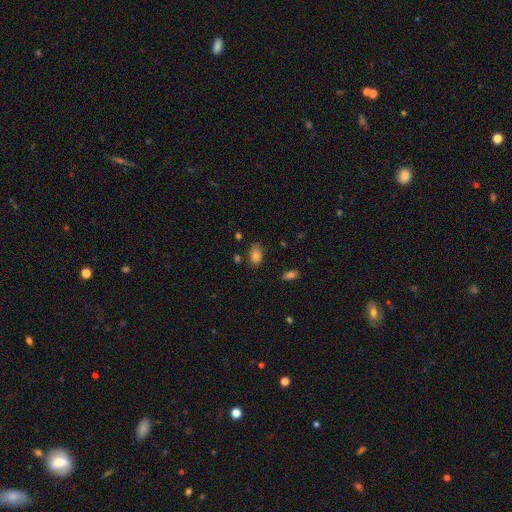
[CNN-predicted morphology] smooth-or-featured: smooth: 80% | star or artifact: 11% | featured or disk: 9%
  how-rounded: in between: 89% | round: 9% | cigar-shaped: 2%
  merging: none: 73% | minor disturbance: 18% | major disturbance: 4% | merger: 4%